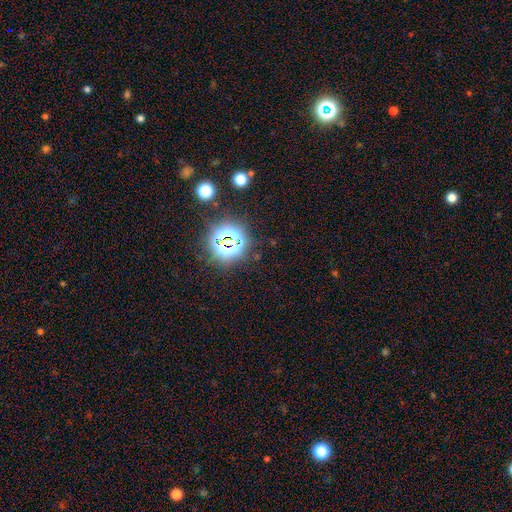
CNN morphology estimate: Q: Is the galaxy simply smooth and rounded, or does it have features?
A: star or artifact — 80%.